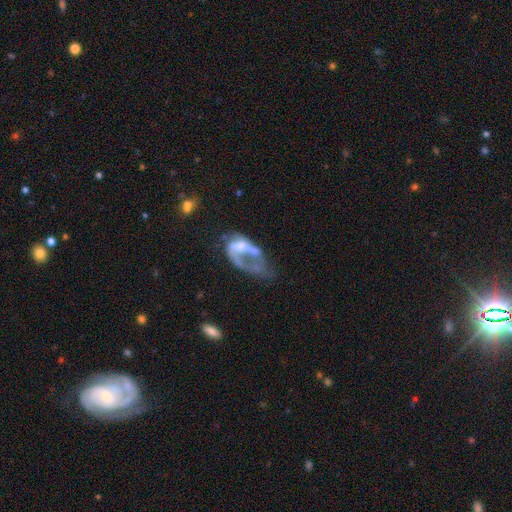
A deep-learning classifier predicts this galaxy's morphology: Q: Smooth or featured?
A: featured or disk (64%); runner-up: smooth (23%)
Q: Edge-on disk?
A: no (95%); runner-up: yes (5%)
Q: Bar?
A: no (76%); runner-up: weak (19%)
Q: Spiral arms?
A: no (57%); runner-up: yes (43%)
Q: Bulge size?
A: small (33%); runner-up: moderate (30%)
Q: Merging?
A: major disturbance (47%); runner-up: none (21%)